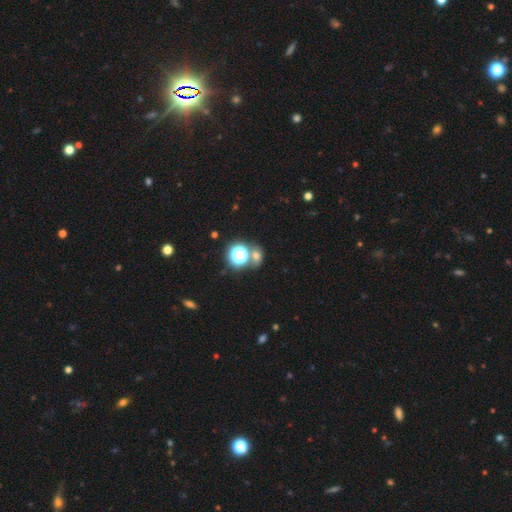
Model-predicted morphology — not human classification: Smooth or featured?
  - smooth: 55% *
  - star or artifact: 35%
  - featured or disk: 10%
How rounded?
  - round: 60% *
  - in between: 38%
  - cigar-shaped: 2%
Merging?
  - none: 62% *
  - merger: 23%
  - minor disturbance: 10%
  - major disturbance: 5%